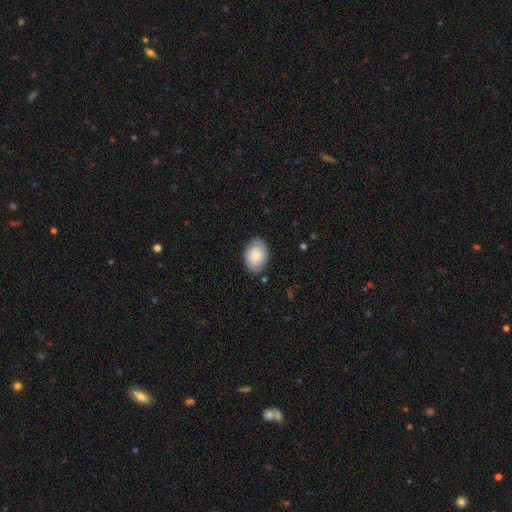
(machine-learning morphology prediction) smooth_or_featured: smooth (p=0.82) [alt: featured or disk p=0.12]
how_rounded: in between (p=0.77) [alt: round p=0.22]
merging: none (p=0.81) [alt: minor disturbance p=0.15]